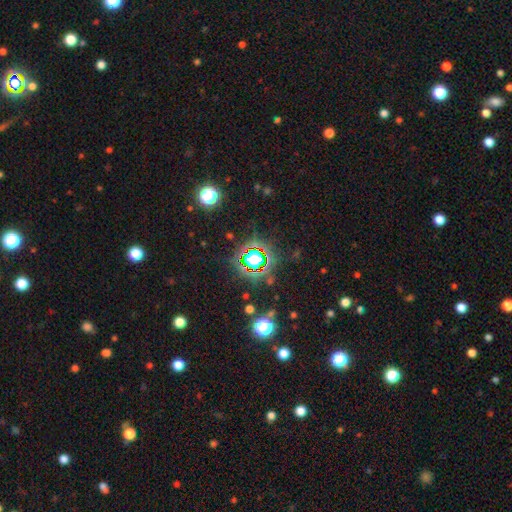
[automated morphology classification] smooth-or-featured: star or artifact: 74% | smooth: 17% | featured or disk: 9%